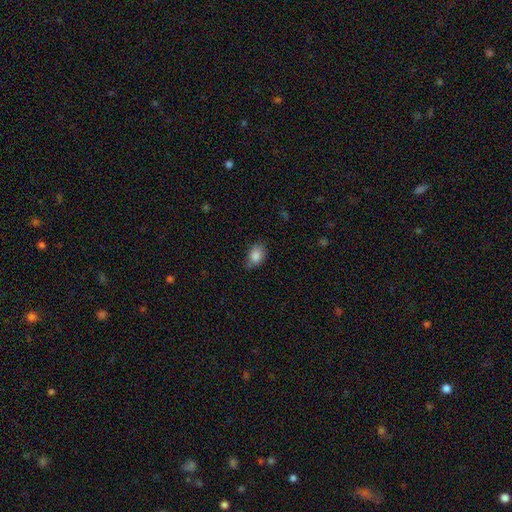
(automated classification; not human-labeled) A smooth galaxy with no disk features (85%) that is in between round and cigar-shaped (77%).

Vote fractions:
- Smooth or featured? smooth: 85% / star or artifact: 8% / featured or disk: 6%
- How rounded? in between: 77% / round: 22% / cigar-shaped: 1%
- Merging? none: 67% / minor disturbance: 26% / major disturbance: 5% / merger: 1%